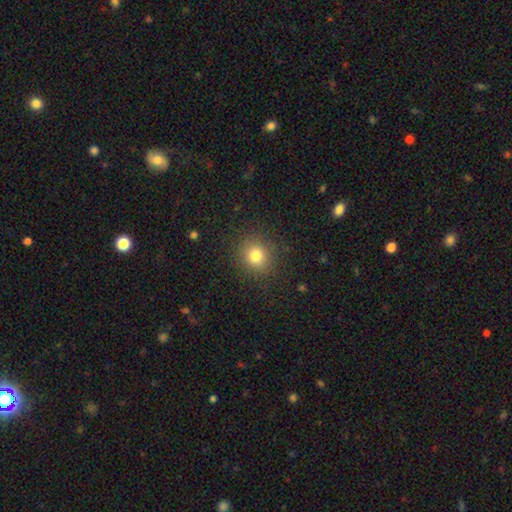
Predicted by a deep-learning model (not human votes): Smooth or featured?
  - smooth: 79% *
  - star or artifact: 14%
  - featured or disk: 7%
How rounded?
  - round: 84% *
  - in between: 15%
  - cigar-shaped: 1%
Merging?
  - none: 87% *
  - minor disturbance: 8%
  - major disturbance: 3%
  - merger: 1%